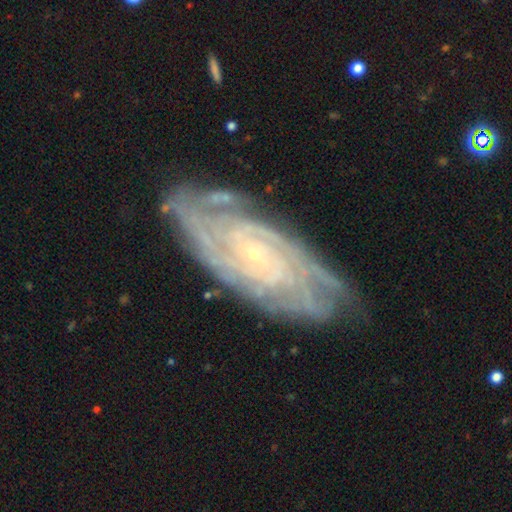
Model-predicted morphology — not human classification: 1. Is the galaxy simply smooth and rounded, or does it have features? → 88% featured or disk, 6% smooth, 6% star or artifact.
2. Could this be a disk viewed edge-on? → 93% no, 7% yes.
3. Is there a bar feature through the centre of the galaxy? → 69% no, 23% weak, 8% strong.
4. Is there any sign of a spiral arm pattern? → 97% yes, 3% no.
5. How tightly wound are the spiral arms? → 78% tight, 18% medium, 3% loose.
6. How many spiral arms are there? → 30% can't tell, 20% 4, 15% 2, 15% 3, 13% more than 4, 7% 1.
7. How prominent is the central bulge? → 85% small, 10% moderate, 3% none, 1% large, 1% dominant.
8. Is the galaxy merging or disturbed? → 76% none, 17% minor disturbance, 5% major disturbance, 2% merger.